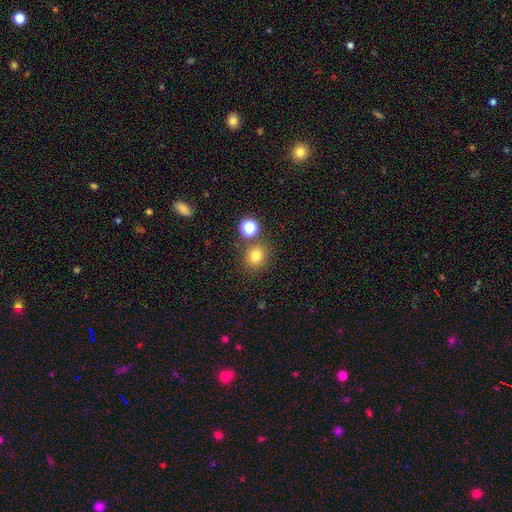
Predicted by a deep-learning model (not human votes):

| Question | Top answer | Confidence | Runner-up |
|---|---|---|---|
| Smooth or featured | smooth | 77% | star or artifact (16%) |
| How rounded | round | 87% | in between (12%) |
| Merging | none | 79% | merger (10%) |